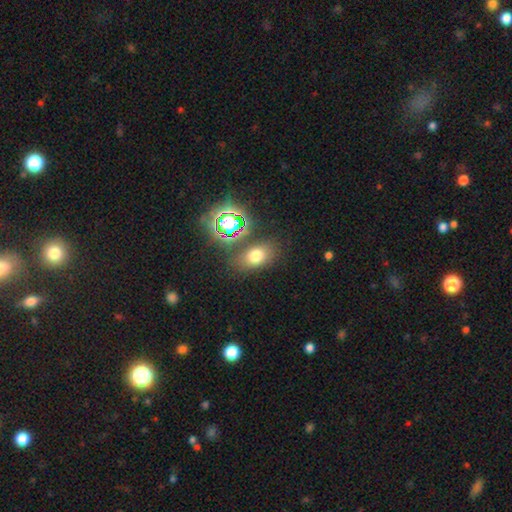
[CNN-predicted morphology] Smooth or featured? smooth (64%)
How rounded? in between (76%)
Merging? none (78%)